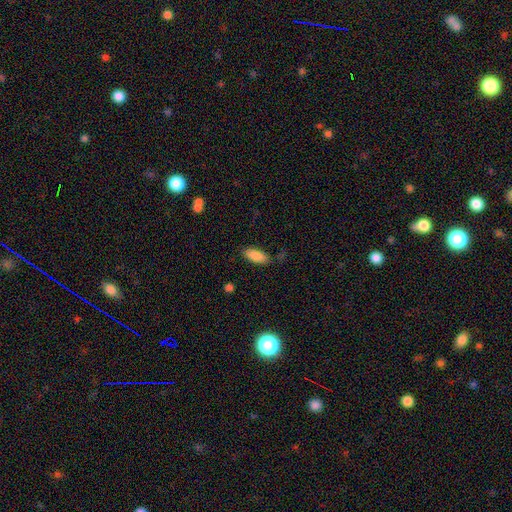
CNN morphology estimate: This is clearly a smooth galaxy (87%). How rounded: likely in between (80%). Merging: clearly none (80%).